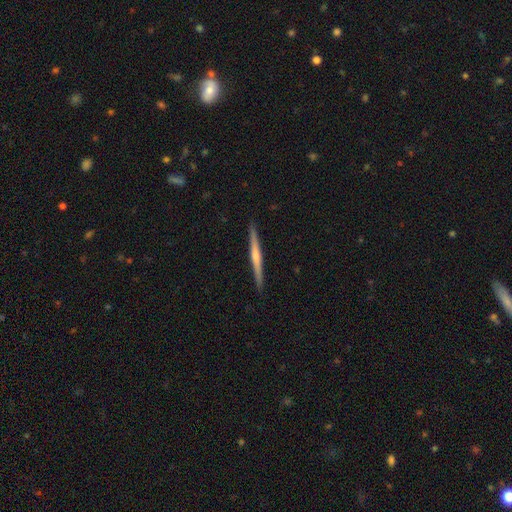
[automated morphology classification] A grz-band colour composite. It shows a featured or disk galaxy (73%) viewed edge-on (98%) with a rounded central bulge (68%). Merging: none (93%).